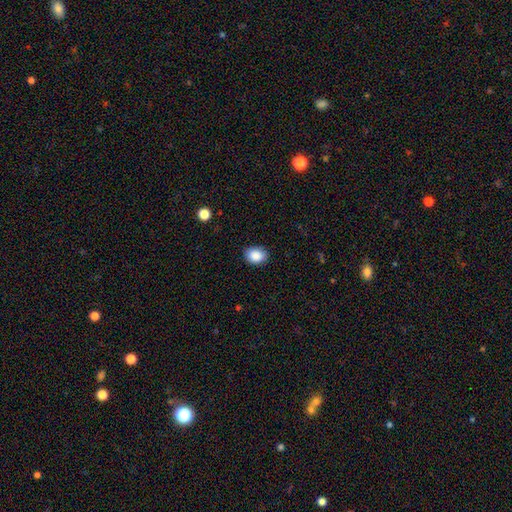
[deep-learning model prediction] smooth-or-featured: smooth: 88% | star or artifact: 8% | featured or disk: 3%
  how-rounded: in between: 62% | round: 37% | cigar-shaped: 1%
  merging: none: 86% | minor disturbance: 11% | major disturbance: 2% | merger: 1%